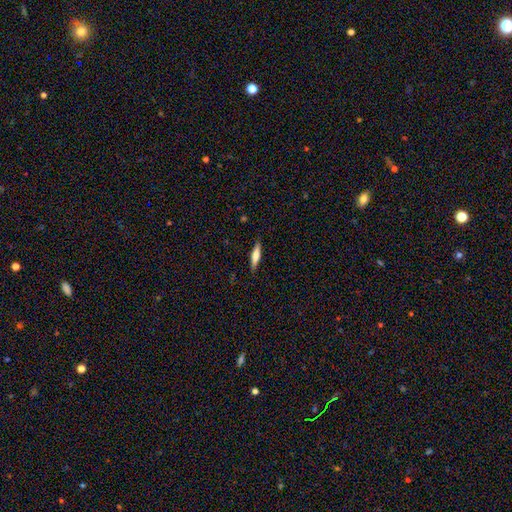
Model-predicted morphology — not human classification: A smooth galaxy with no disk features (65%) that is cigar-shaped (81%). Merging: none (88%).